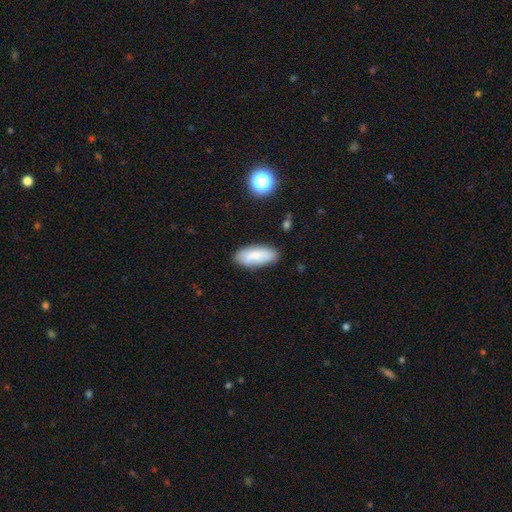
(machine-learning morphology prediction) A smooth galaxy with no disk features (79%) that is in between round and cigar-shaped (80%).

Vote fractions:
- Smooth or featured? smooth: 79% / featured or disk: 14% / star or artifact: 7%
- How rounded? in between: 80% / cigar-shaped: 18% / round: 2%
- Merging? none: 78% / minor disturbance: 16% / major disturbance: 3% / merger: 2%